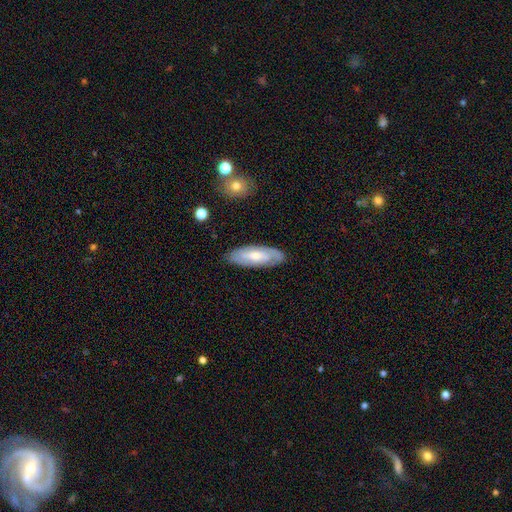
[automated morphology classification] This is possibly a featured or disk galaxy (54%). It is clearly not viewed edge-on (82%). Merging: clearly none (83%).